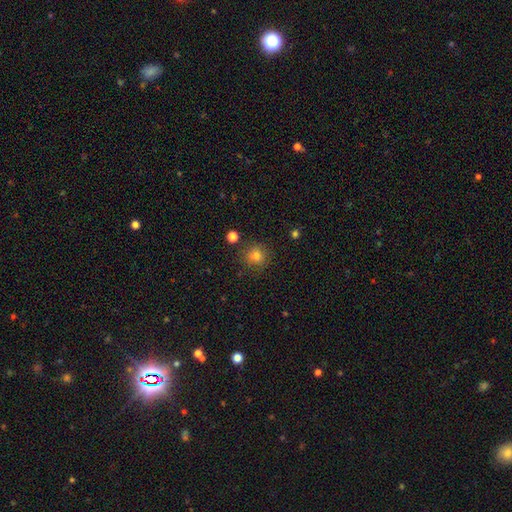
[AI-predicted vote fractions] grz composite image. It shows a smooth galaxy with no disk features (80%) that is round (87%). Merging: none (83%).